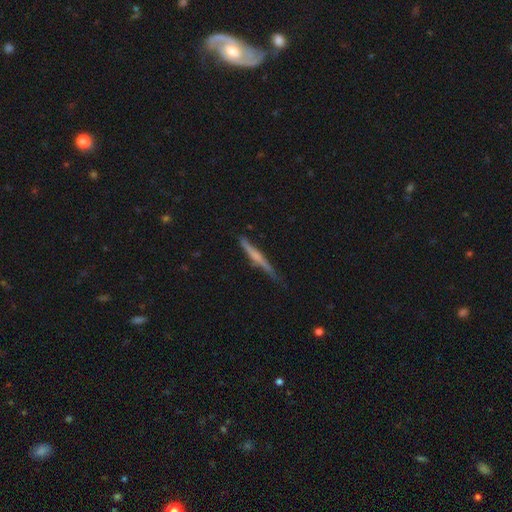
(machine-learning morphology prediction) A featured or disk galaxy (56%) viewed edge-on (95%) with a rounded central bulge (44%).

Vote fractions:
- Smooth or featured? featured or disk: 56% / smooth: 38% / star or artifact: 6%
- Edge-on disk? yes: 95% / no: 5%
- Edge-on bulge? rounded: 44% / none: 43% / boxy: 13%
- Merging? none: 68% / minor disturbance: 25% / major disturbance: 5% / merger: 2%